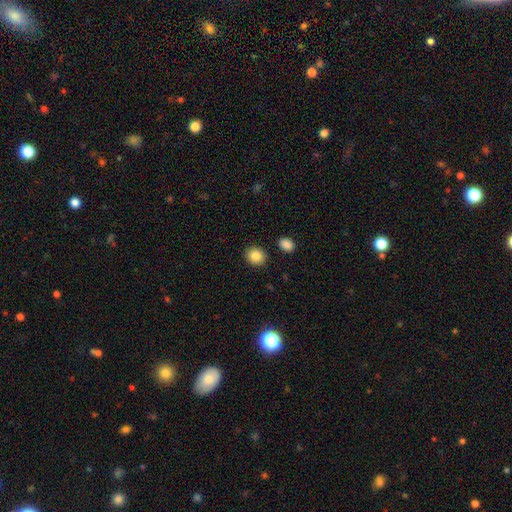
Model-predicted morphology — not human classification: A smooth galaxy with no disk features (85%) that is round (76%). Merging: none (90%).